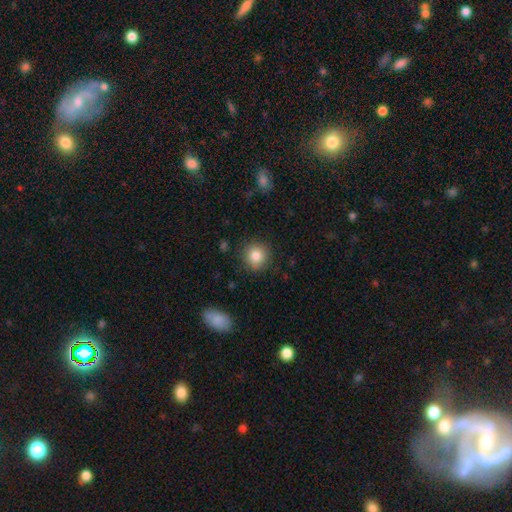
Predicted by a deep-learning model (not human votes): A smooth galaxy with no disk features (84%) that is round (92%).

Vote fractions:
- Smooth or featured? smooth: 84% / star or artifact: 9% / featured or disk: 7%
- How rounded? round: 92% / in between: 7% / cigar-shaped: 1%
- Merging? none: 88% / minor disturbance: 8% / major disturbance: 2% / merger: 1%